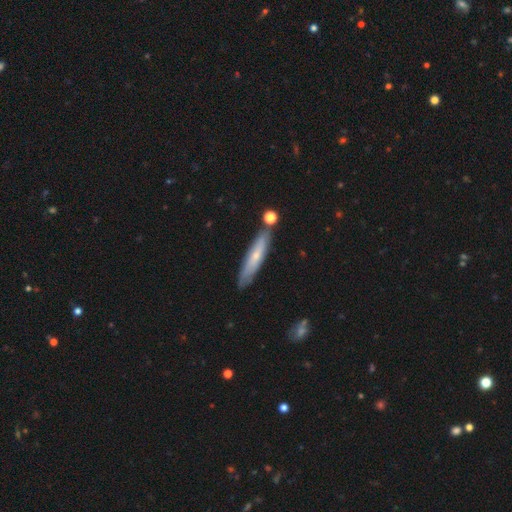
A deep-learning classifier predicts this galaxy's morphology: This appears to be a smooth galaxy with no disk features (52%) that is cigar-shaped (87%). Merging: none (78%).